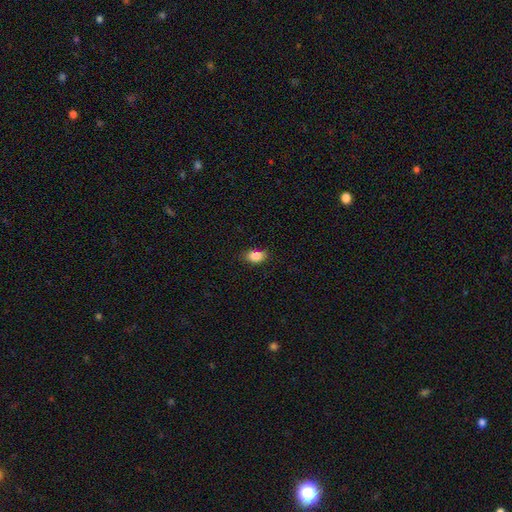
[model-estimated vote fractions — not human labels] Smooth or featured? smooth (85%)
How rounded? in between (84%)
Merging? none (71%)